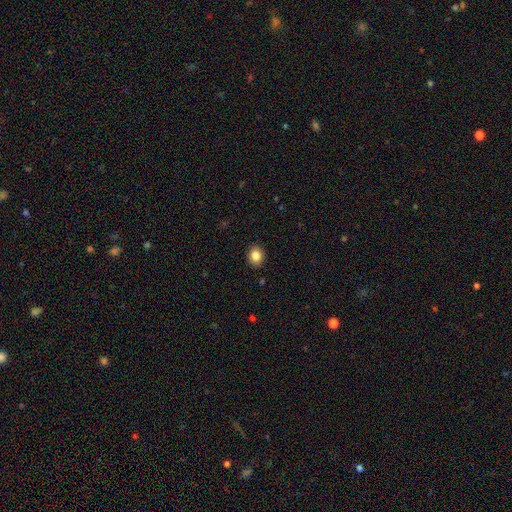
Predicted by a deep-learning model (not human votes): Smooth or featured?
  - smooth: 84% *
  - star or artifact: 10%
  - featured or disk: 6%
How rounded?
  - round: 57% *
  - in between: 42%
  - cigar-shaped: 1%
Merging?
  - none: 90% *
  - minor disturbance: 7%
  - major disturbance: 2%
  - merger: 1%